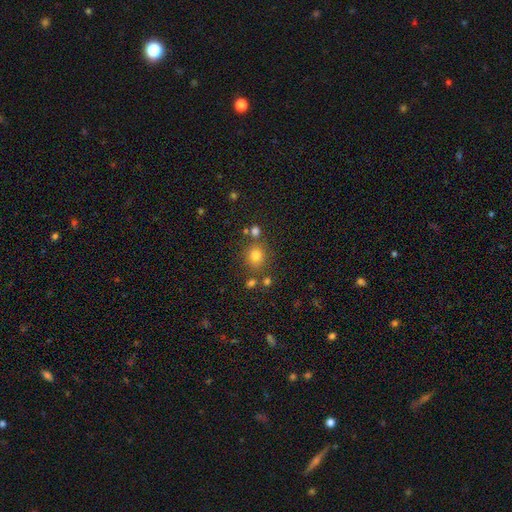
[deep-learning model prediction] Overall: smooth (76%). How rounded: round (84%). Merging: none (77%).